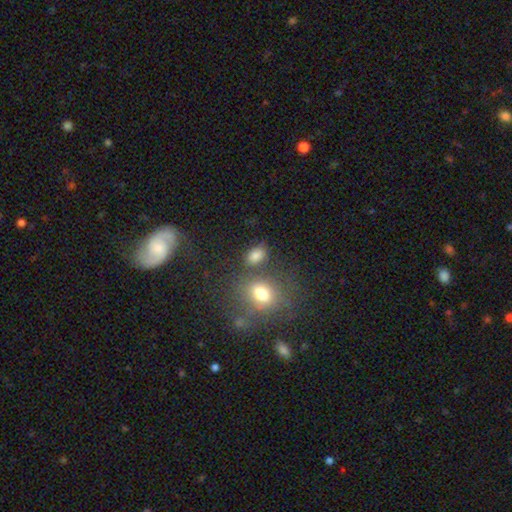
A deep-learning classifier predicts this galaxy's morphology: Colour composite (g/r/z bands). It shows a smooth galaxy with no disk features (80%) that is in between round and cigar-shaped (81%). Merging: none (68%).